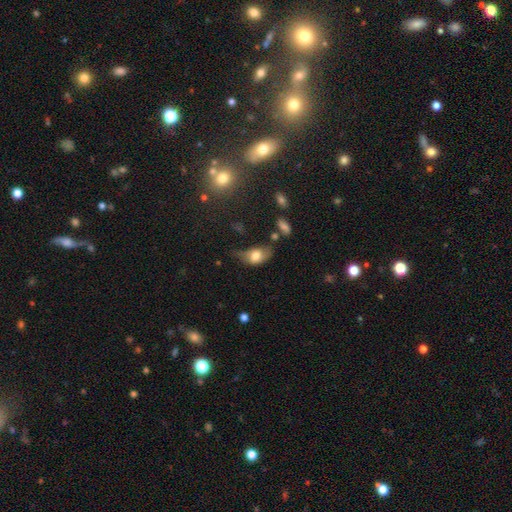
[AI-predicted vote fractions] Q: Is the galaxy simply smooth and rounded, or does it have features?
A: smooth — 69%.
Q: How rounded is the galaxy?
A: in between — 85%.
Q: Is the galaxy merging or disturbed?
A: minor disturbance — 39%.